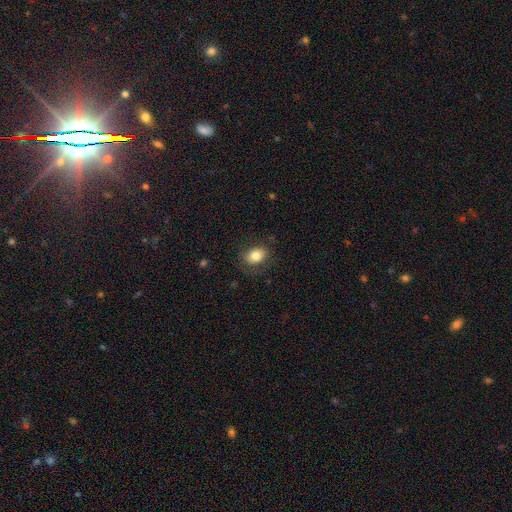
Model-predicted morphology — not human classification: smooth_or_featured: smooth (p=0.80) [alt: featured or disk p=0.10]
how_rounded: in between (p=0.64) [alt: round p=0.35]
merging: none (p=0.79) [alt: minor disturbance p=0.15]